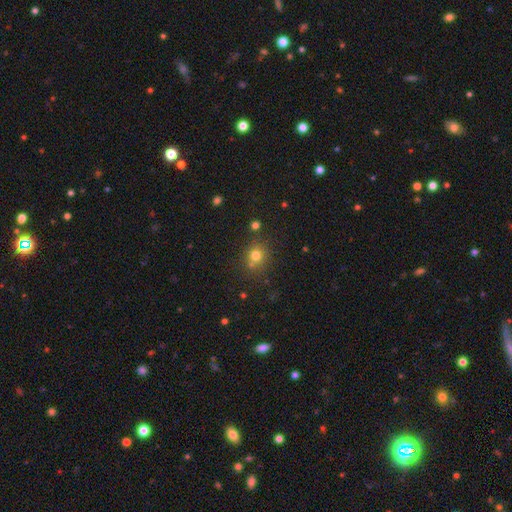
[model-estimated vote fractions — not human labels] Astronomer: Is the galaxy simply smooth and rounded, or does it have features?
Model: smooth — 74%.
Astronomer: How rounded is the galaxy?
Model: round — 84%.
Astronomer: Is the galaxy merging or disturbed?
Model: none — 69%.